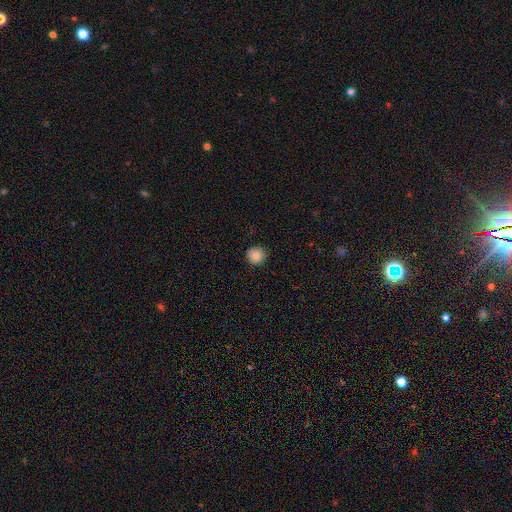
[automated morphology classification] type=smooth (86%); roundness=round (93%); merging=none (85%).